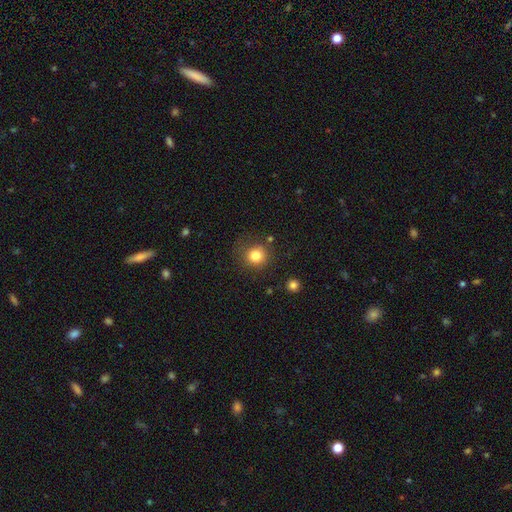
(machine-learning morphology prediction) A smooth galaxy with no disk features (82%) that is round (89%).

Vote fractions:
- Smooth or featured? smooth: 82% / star or artifact: 12% / featured or disk: 7%
- How rounded? round: 89% / in between: 10% / cigar-shaped: 1%
- Merging? none: 79% / minor disturbance: 13% / major disturbance: 5% / merger: 3%